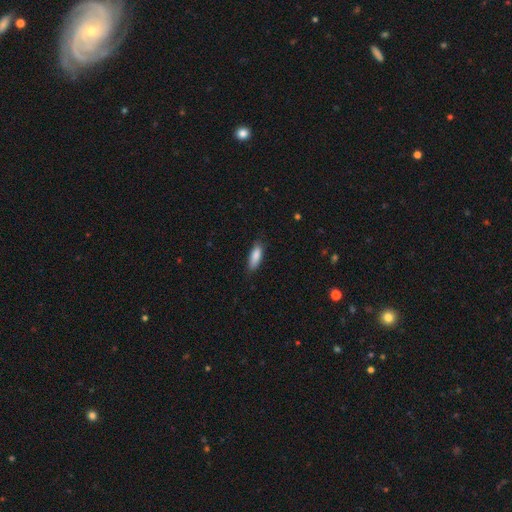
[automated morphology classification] A smooth galaxy with no disk features (86%) that is in between round and cigar-shaped (61%). Merging: none (81%).